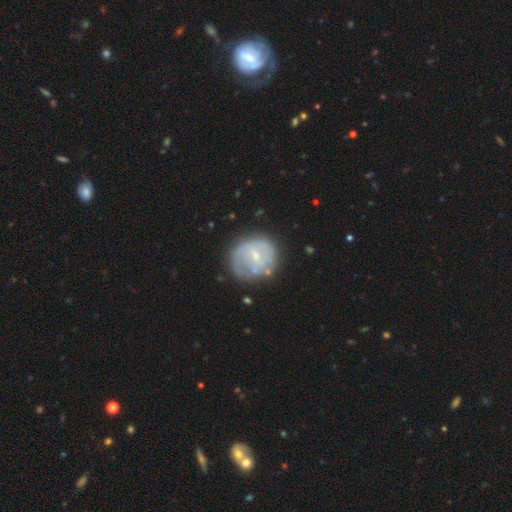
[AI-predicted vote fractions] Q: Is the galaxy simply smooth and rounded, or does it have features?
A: featured or disk — 50%.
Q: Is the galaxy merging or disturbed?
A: none — 62%.